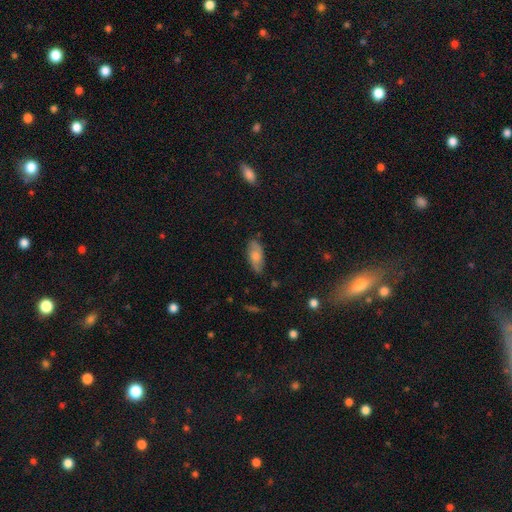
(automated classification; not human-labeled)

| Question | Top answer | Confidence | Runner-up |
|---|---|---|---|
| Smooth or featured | smooth | 64% | featured or disk (29%) |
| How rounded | in between | 86% | cigar-shaped (12%) |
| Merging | none | 73% | minor disturbance (21%) |